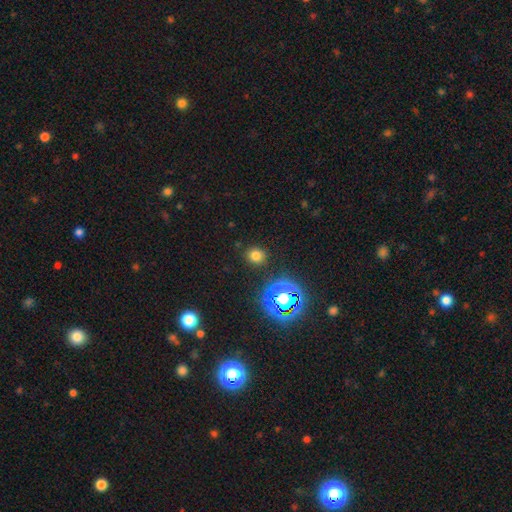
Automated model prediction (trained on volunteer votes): The model was most divided on "smooth or featured": smooth: 72%, star or artifact: 22%, featured or disk: 6%. More confident: merging — none (87%); how rounded — round (81%).